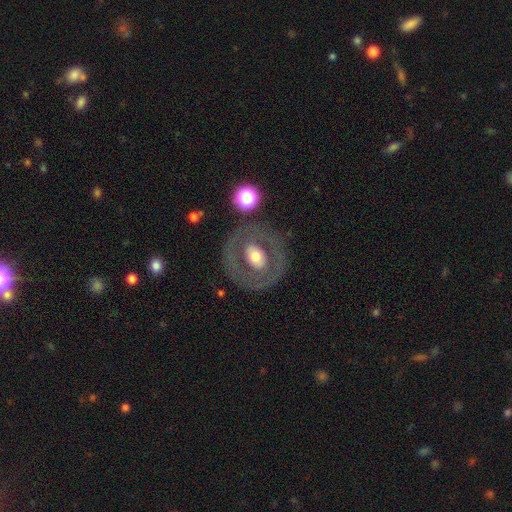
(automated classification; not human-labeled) smooth_or_featured: featured or disk (p=0.56) [alt: smooth p=0.38]
disk_edge_on: no (p=0.94) [alt: yes p=0.06]
bar: no (p=0.76) [alt: weak p=0.15]
has_spiral_arms: no (p=0.86) [alt: yes p=0.14]
bulge_size: moderate (p=0.63) [alt: large p=0.23]
merging: none (p=0.78) [alt: minor disturbance p=0.11]